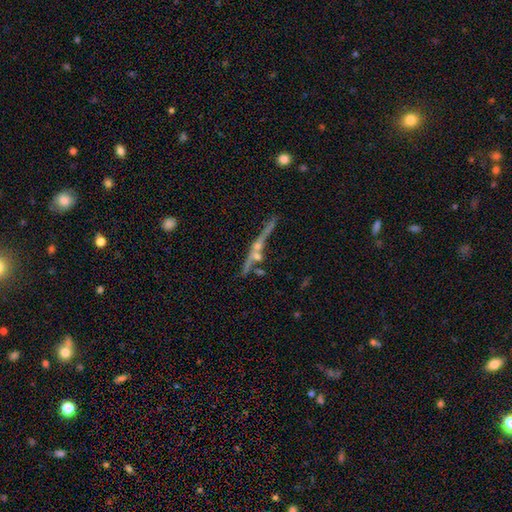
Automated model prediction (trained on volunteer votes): Q: Smooth or featured?
A: featured or disk (71%); runner-up: smooth (18%)
Q: Edge-on disk?
A: yes (91%); runner-up: no (9%)
Q: Edge-on bulge?
A: rounded (76%); runner-up: none (18%)
Q: Merging?
A: none (64%); runner-up: merger (18%)